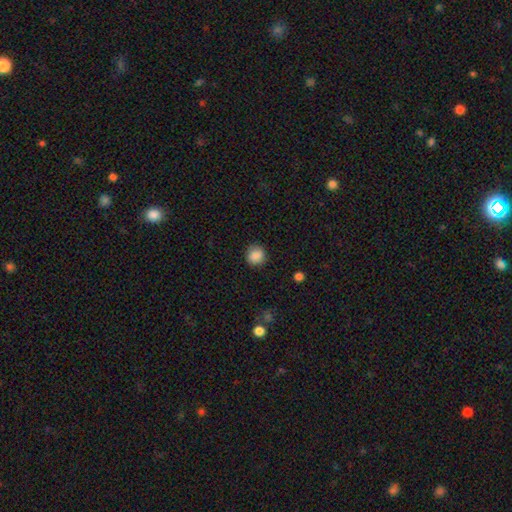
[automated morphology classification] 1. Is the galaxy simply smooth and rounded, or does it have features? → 87% smooth, 9% star or artifact, 4% featured or disk.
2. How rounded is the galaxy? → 90% round, 9% in between, 1% cigar-shaped.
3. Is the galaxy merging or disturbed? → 89% none, 8% minor disturbance, 3% major disturbance, 1% merger.